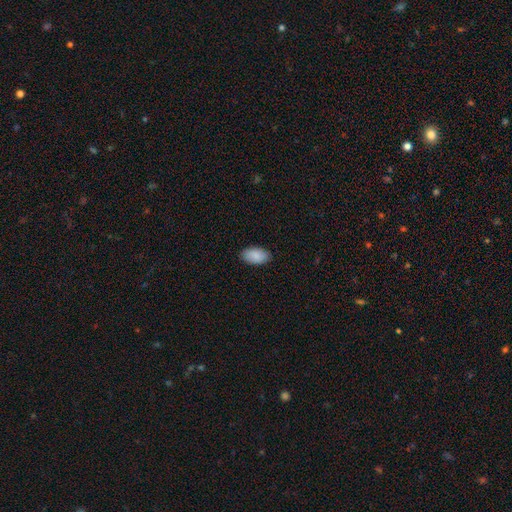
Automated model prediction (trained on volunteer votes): The model was most divided on "merging": none: 87%, minor disturbance: 10%, major disturbance: 2%, merger: 1%. More confident: how rounded — in between (95%); smooth or featured — smooth (89%).